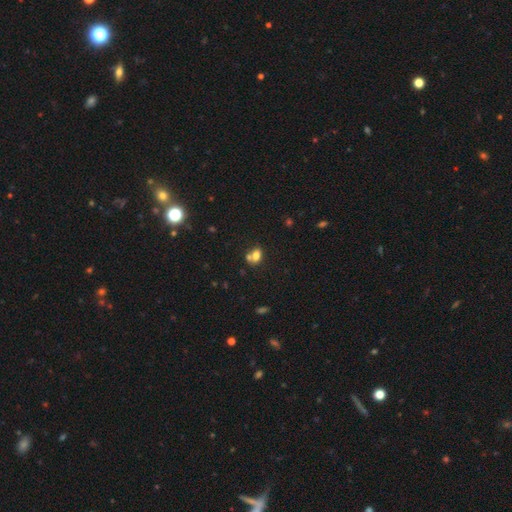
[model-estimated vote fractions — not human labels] Smooth or featured?
  - smooth: 74% *
  - featured or disk: 13%
  - star or artifact: 12%
How rounded?
  - in between: 68% *
  - round: 30%
  - cigar-shaped: 2%
Merging?
  - merger: 43% *
  - none: 40%
  - minor disturbance: 12%
  - major disturbance: 5%